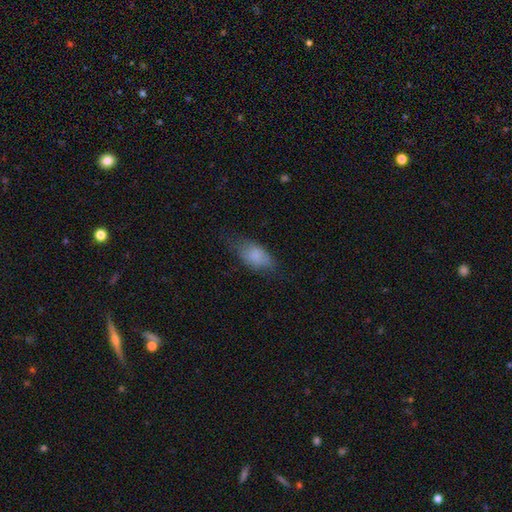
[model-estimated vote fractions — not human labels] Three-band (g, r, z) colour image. It shows a smooth galaxy with no disk features (80%) that is in between round and cigar-shaped (89%). Merging: none (58%).